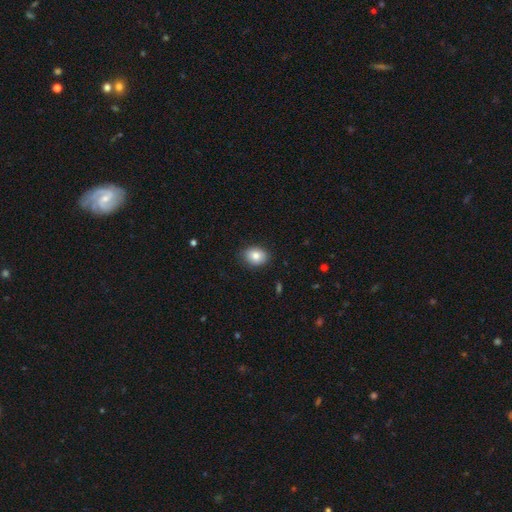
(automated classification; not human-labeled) A smooth galaxy with no disk features (83%) that is in between round and cigar-shaped (62%).

Vote fractions:
- Smooth or featured? smooth: 83% / featured or disk: 9% / star or artifact: 9%
- How rounded? in between: 62% / round: 37% / cigar-shaped: 1%
- Merging? none: 86% / minor disturbance: 11% / major disturbance: 2% / merger: 1%